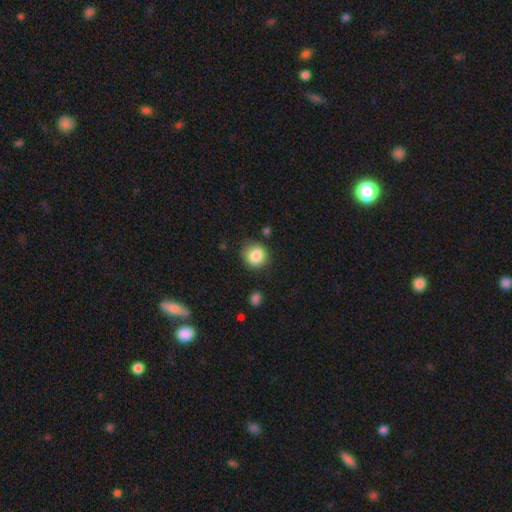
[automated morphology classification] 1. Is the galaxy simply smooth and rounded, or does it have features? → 85% smooth, 9% star or artifact, 6% featured or disk.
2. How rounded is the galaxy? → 82% round, 17% in between, 1% cigar-shaped.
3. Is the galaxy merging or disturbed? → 80% none, 14% minor disturbance, 4% major disturbance, 3% merger.